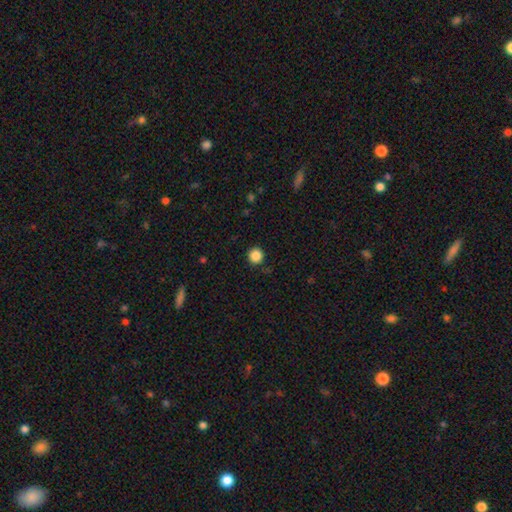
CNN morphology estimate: Overall: smooth (86%). How rounded: round (94%). Merging: none (91%).